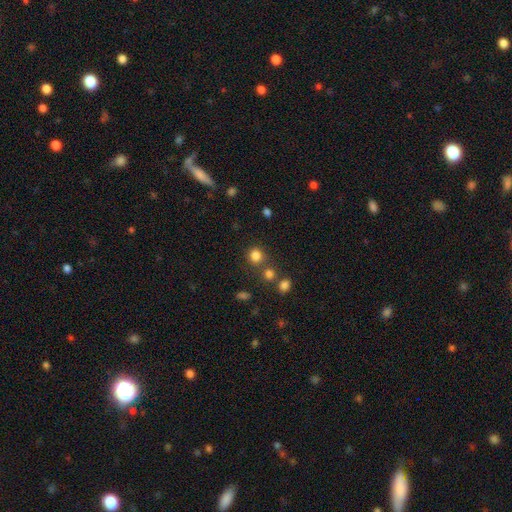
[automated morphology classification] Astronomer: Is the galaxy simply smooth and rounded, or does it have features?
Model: smooth — 80%.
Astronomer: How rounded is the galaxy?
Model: round — 87%.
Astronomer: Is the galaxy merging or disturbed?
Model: none — 73%.